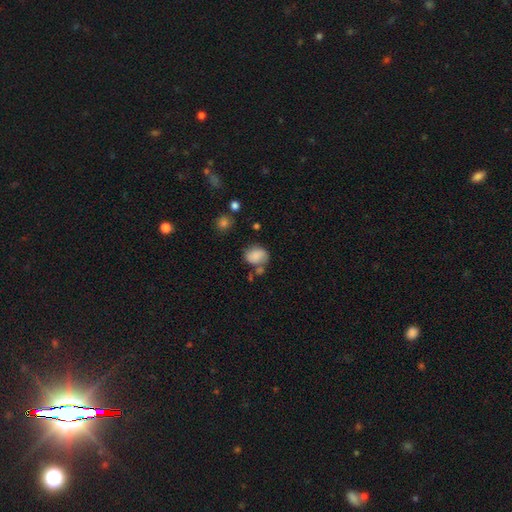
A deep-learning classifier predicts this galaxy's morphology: type=smooth (79%); roundness=in between (51%); merging=none (54%).